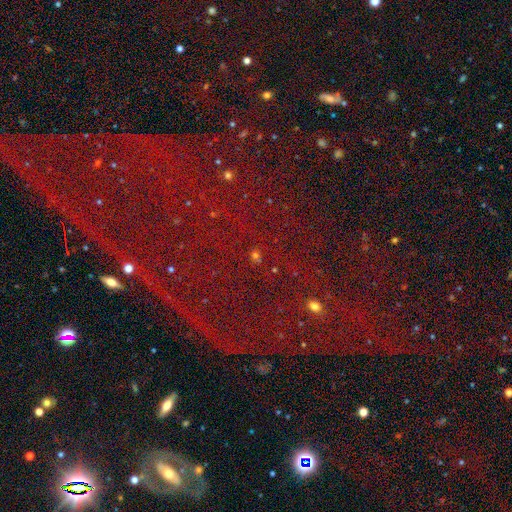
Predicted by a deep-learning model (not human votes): smooth_or_featured: star or artifact (p=0.65) [alt: smooth p=0.26]